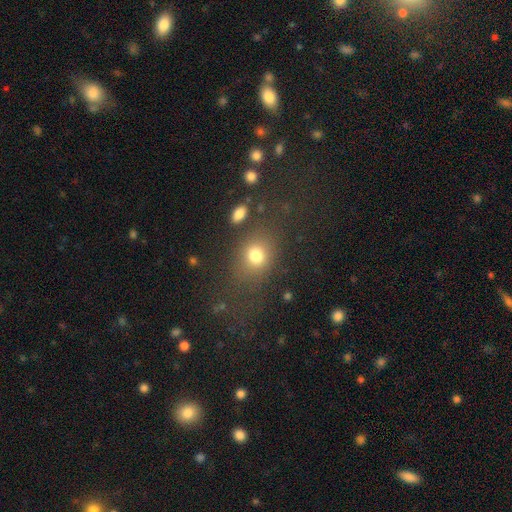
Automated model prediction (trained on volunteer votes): smooth_or_featured: smooth (p=0.76) [alt: star or artifact p=0.14]
how_rounded: round (p=0.50) [alt: in between p=0.48]
merging: none (p=0.68) [alt: minor disturbance p=0.15]